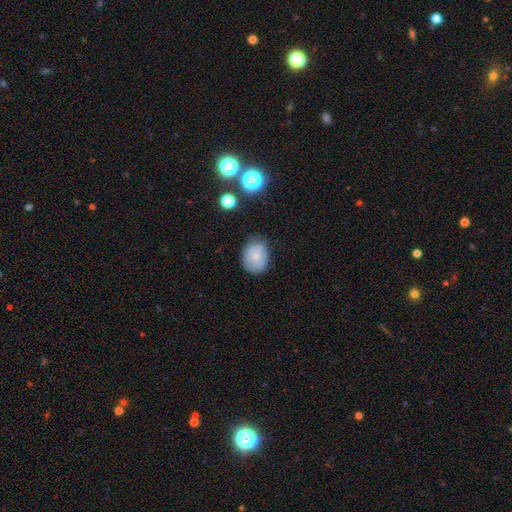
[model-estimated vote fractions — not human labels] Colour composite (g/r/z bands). It shows a smooth galaxy with no disk features (72%) that is in between round and cigar-shaped (53%). Merging: none (64%).